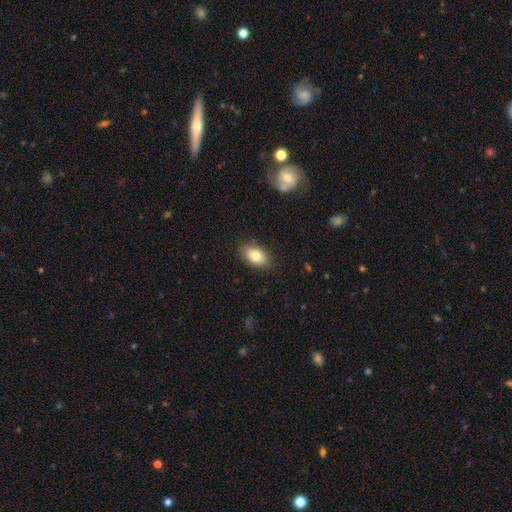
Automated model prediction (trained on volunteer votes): smooth 81%, featured or disk 11%, star or artifact 8%. Down the decision tree: how rounded — in between (90%); merging — none (85%).